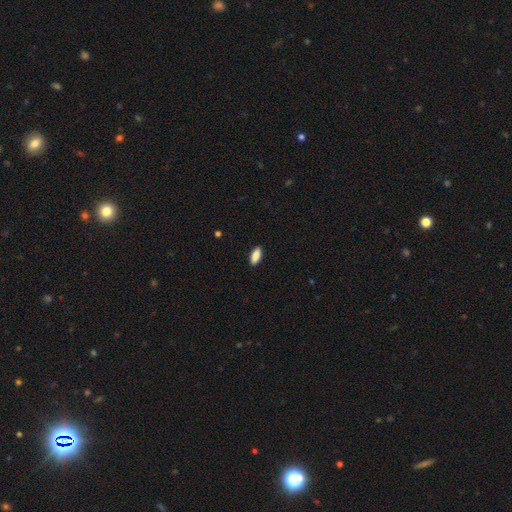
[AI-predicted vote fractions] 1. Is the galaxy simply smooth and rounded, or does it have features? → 88% smooth, 6% star or artifact, 5% featured or disk.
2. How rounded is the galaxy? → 77% in between, 21% cigar-shaped, 2% round.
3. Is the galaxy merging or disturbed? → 90% none, 7% minor disturbance, 2% major disturbance, 1% merger.